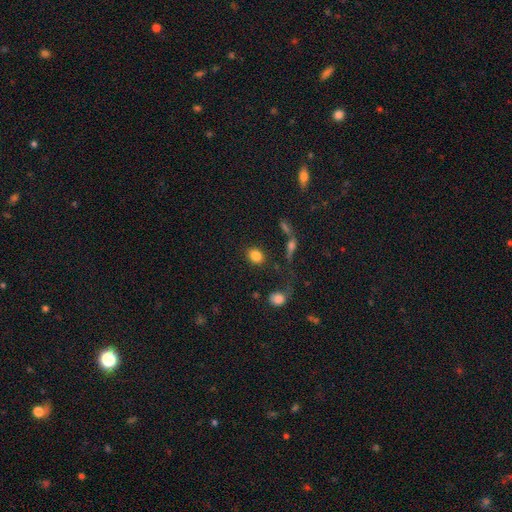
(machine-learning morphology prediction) Smooth or featured: smooth — 83% (star or artifact — 9%)
How rounded: round — 52% (in between — 46%)
Merging: none — 81% (minor disturbance — 9%)